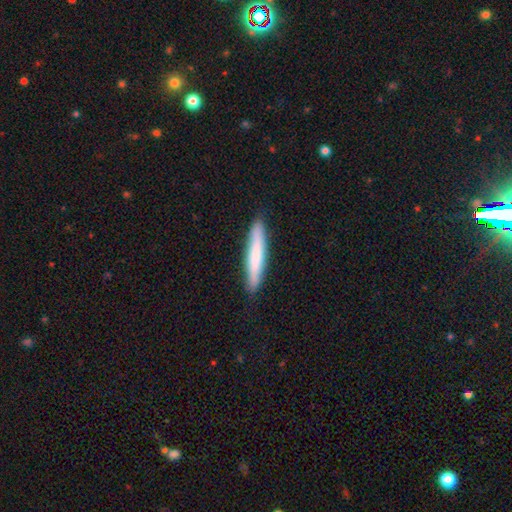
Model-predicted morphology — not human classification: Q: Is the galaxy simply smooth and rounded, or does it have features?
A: smooth — 71%.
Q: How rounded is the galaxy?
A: cigar-shaped — 93%.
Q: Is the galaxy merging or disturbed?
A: none — 89%.